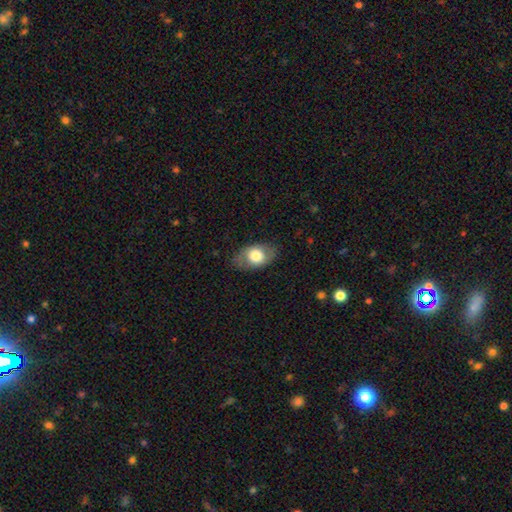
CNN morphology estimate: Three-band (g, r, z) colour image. It shows a smooth galaxy with no disk features (65%) that is in between round and cigar-shaped (83%). Merging: none (80%).